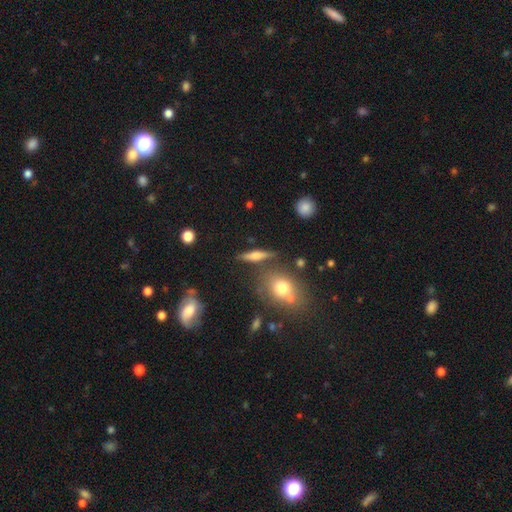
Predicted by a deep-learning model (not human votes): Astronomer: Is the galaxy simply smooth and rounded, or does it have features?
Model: featured or disk — 52% (runner-up: smooth, 38%).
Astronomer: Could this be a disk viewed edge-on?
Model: yes — 91%.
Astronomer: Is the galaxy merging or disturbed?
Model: none — 76%.